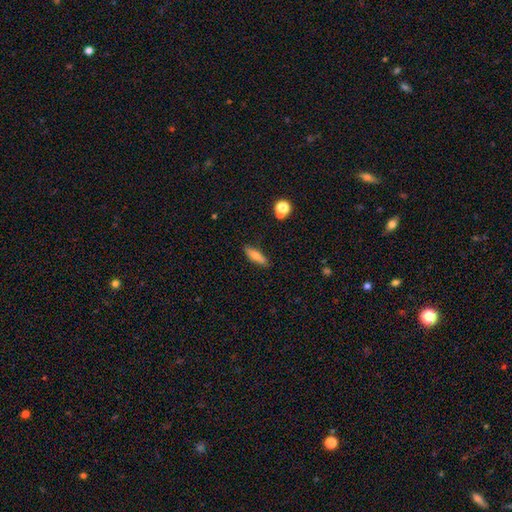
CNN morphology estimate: Overall: smooth (68%). How rounded: cigar-shaped (58%; in between 40%). Merging: none (85%).